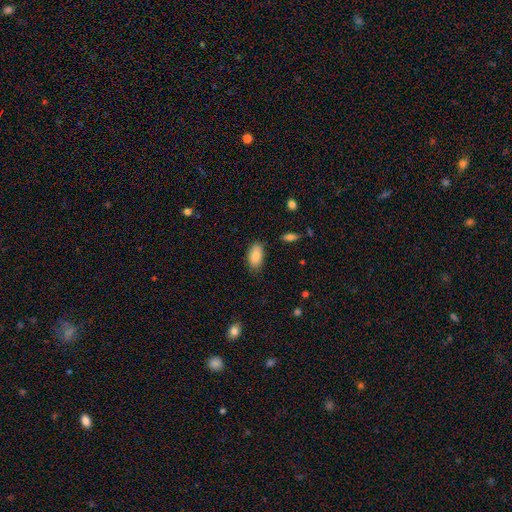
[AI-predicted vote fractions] smooth_or_featured: smooth (p=0.84) [alt: featured or disk p=0.08]
how_rounded: in between (p=0.93) [alt: round p=0.04]
merging: none (p=0.78) [alt: minor disturbance p=0.17]